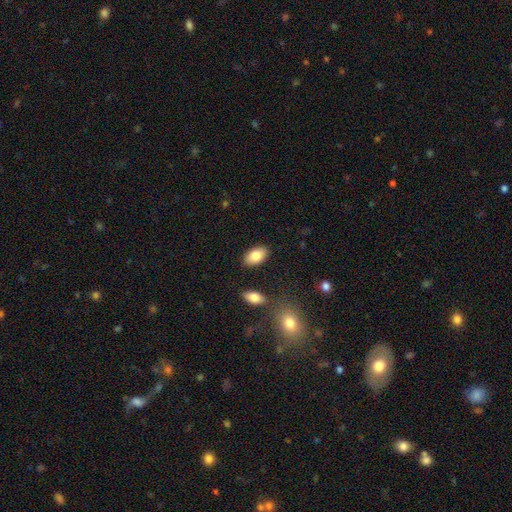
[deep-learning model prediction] A smooth galaxy with no disk features (85%) that is in between round and cigar-shaped (93%). Merging: none (86%).